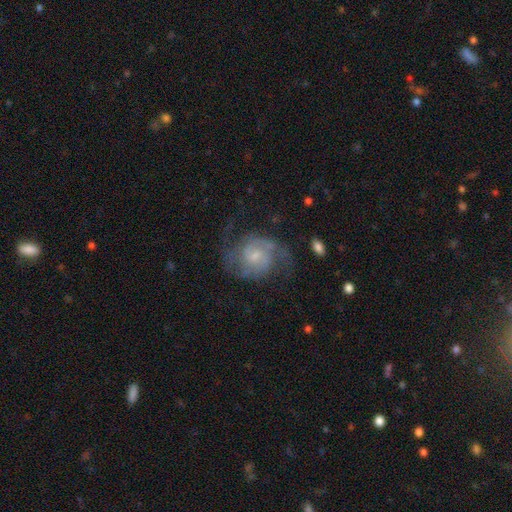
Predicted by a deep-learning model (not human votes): Smooth or featured? Predicted: featured or disk (p=0.81). Edge-on disk? Predicted: no (p=0.98). Bar? Predicted: no (p=0.52). Spiral arms? Predicted: yes (p=0.94). Spiral winding? Predicted: medium (p=0.49). Spiral arm count? Predicted: 2 (p=0.72). Bulge size? Predicted: small (p=0.52). Merging? Predicted: none (p=0.61).